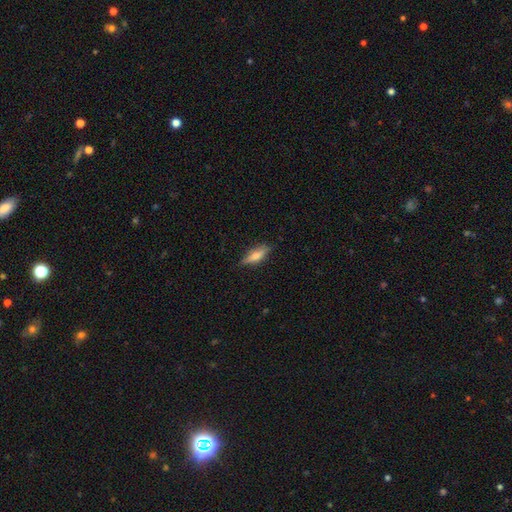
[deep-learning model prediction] A smooth galaxy with no disk features (54%) that is cigar-shaped (55%). Merging: none (82%).